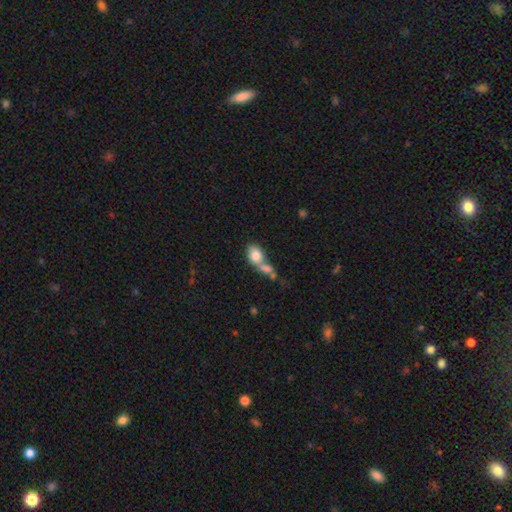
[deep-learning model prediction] This is likely a smooth galaxy (79%). How rounded: likely in between (73%). Merging: likely merger (63%).